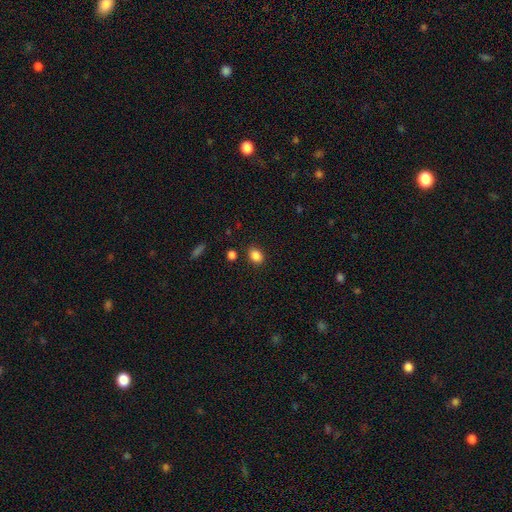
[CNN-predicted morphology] smooth 86%, star or artifact 10%, featured or disk 4%. Down the decision tree: how rounded — in between (66%); merging — none (83%).